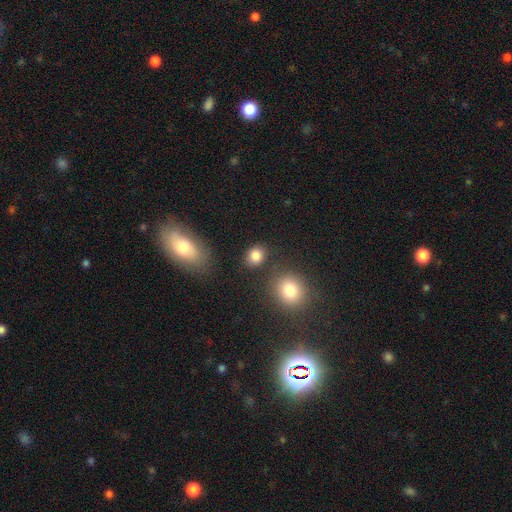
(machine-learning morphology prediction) A smooth galaxy with no disk features (84%) that is round (56%).

Vote fractions:
- Smooth or featured? smooth: 84% / star or artifact: 11% / featured or disk: 5%
- How rounded? round: 56% / in between: 43% / cigar-shaped: 1%
- Merging? none: 79% / minor disturbance: 10% / merger: 7% / major disturbance: 4%